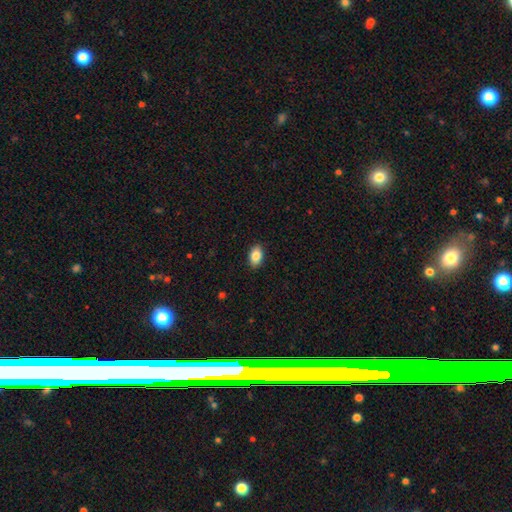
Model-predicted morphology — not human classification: Smooth or featured?
  - smooth: 86% *
  - star or artifact: 7%
  - featured or disk: 7%
How rounded?
  - in between: 90% *
  - round: 8%
  - cigar-shaped: 2%
Merging?
  - none: 89% *
  - minor disturbance: 8%
  - major disturbance: 2%
  - merger: 1%